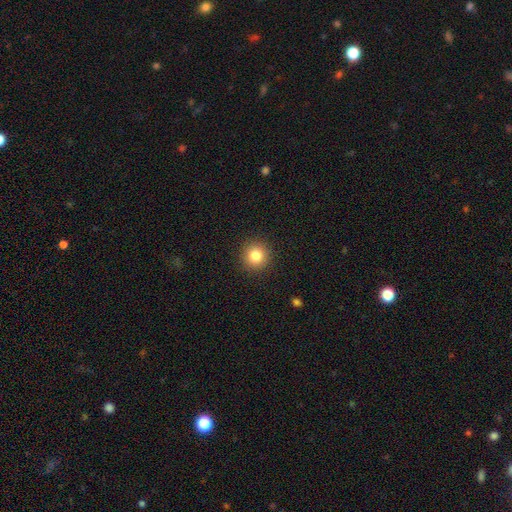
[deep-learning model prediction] smooth_or_featured: smooth (p=0.83) [alt: star or artifact p=0.11]
how_rounded: round (p=0.93) [alt: in between p=0.06]
merging: none (p=0.92) [alt: minor disturbance p=0.05]